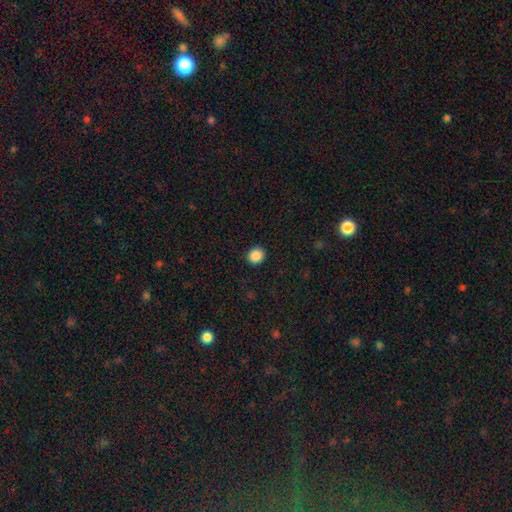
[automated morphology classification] smooth-or-featured: smooth: 88% | star or artifact: 10% | featured or disk: 3%
  how-rounded: round: 87% | in between: 12% | cigar-shaped: 1%
  merging: none: 92% | minor disturbance: 5% | major disturbance: 2% | merger: 1%